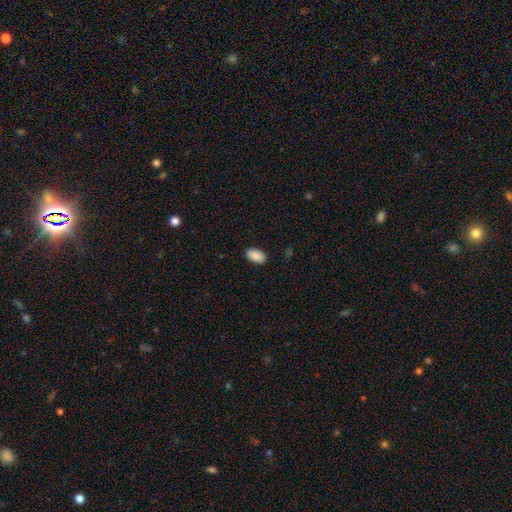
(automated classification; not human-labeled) Smooth or featured? smooth (90%)
How rounded? in between (95%)
Merging? none (89%)